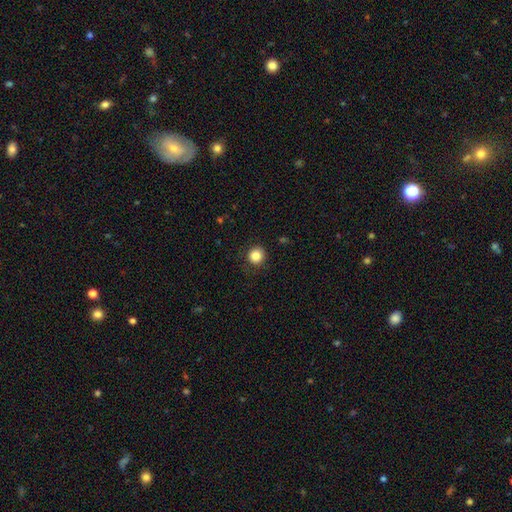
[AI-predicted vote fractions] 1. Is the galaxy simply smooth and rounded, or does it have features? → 85% smooth, 11% star or artifact, 5% featured or disk.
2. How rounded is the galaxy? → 93% round, 6% in between, 1% cigar-shaped.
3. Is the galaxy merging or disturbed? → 89% none, 8% minor disturbance, 2% major disturbance, 1% merger.